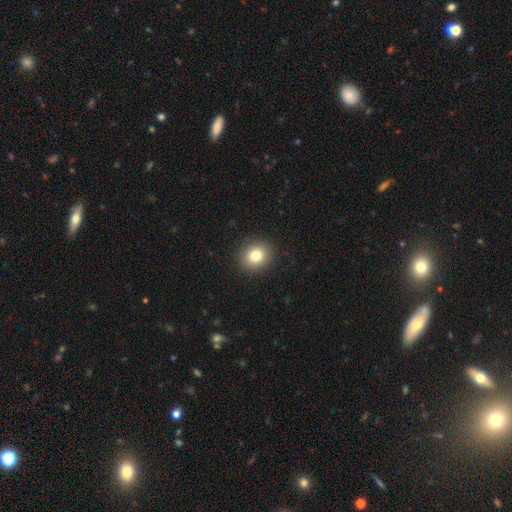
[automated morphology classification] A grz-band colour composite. It shows a smooth galaxy with no disk features (81%) that is round (75%). Merging: none (90%).